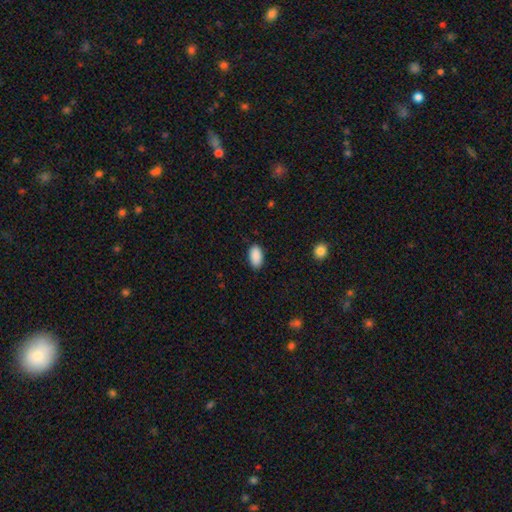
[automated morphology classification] A smooth galaxy with no disk features (90%) that is in between round and cigar-shaped (94%). Merging: none (86%).